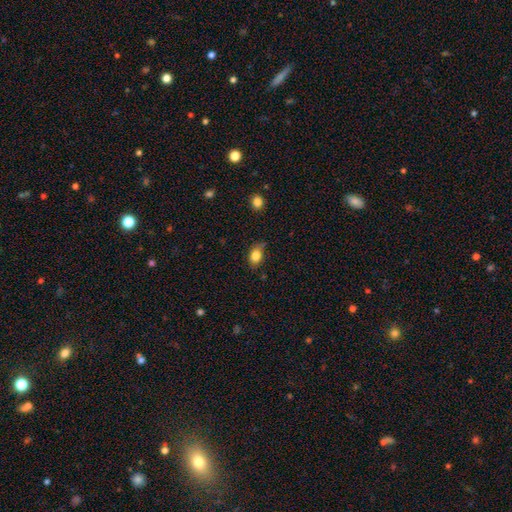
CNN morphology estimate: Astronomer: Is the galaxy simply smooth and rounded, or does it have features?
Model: smooth — 82%.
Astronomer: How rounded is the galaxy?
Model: in between — 74%.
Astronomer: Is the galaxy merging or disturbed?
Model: none — 58%.